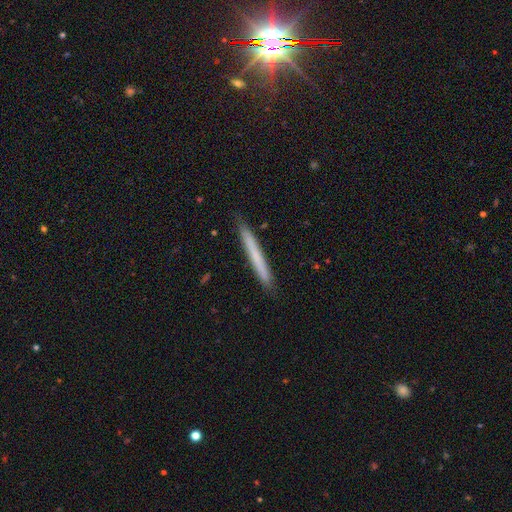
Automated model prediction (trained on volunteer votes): Morphology: type=smooth (62%); roundness=cigar-shaped (97%); merging=none (90%).